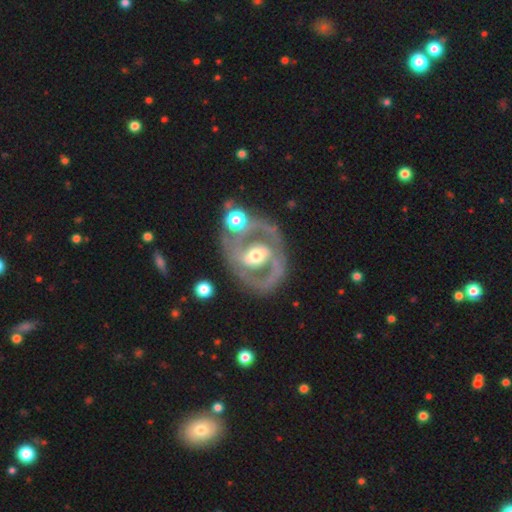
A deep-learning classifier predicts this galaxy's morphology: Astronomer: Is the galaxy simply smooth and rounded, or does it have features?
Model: featured or disk — 79%.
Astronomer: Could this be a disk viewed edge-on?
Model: no — 96%.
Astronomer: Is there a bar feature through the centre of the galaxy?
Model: strong — 41% (runner-up: weak, 32%).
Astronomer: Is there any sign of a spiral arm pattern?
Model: yes — 65%.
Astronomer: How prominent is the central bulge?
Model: moderate — 67%.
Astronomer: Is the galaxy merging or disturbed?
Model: none — 63%.